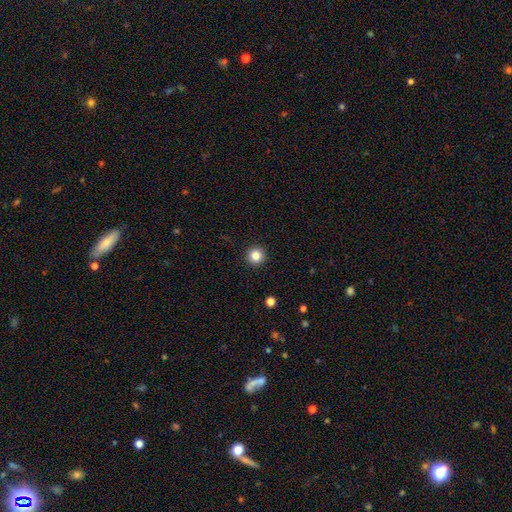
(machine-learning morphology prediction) smooth 84%, star or artifact 11%, featured or disk 5%. Down the decision tree: how rounded — round (96%); merging — none (93%).